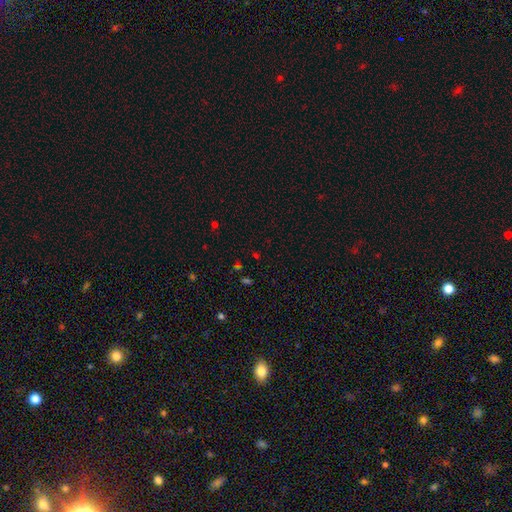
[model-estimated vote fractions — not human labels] Smooth or featured: star or artifact — 55% (smooth — 38%)